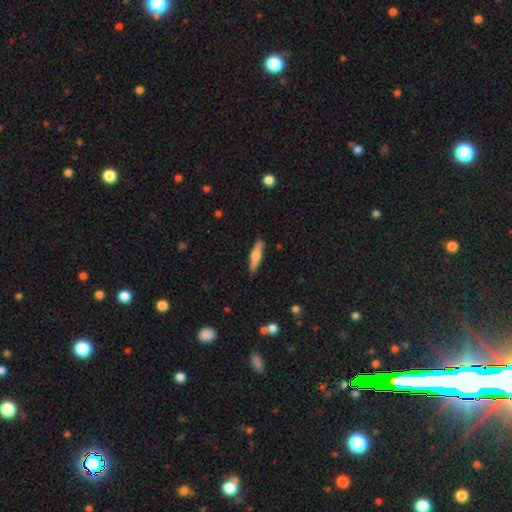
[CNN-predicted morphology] Smooth or featured?
  - smooth: 57% *
  - featured or disk: 37%
  - star or artifact: 6%
How rounded?
  - cigar-shaped: 80% *
  - in between: 18%
  - round: 2%
Merging?
  - none: 84% *
  - minor disturbance: 12%
  - major disturbance: 2%
  - merger: 1%